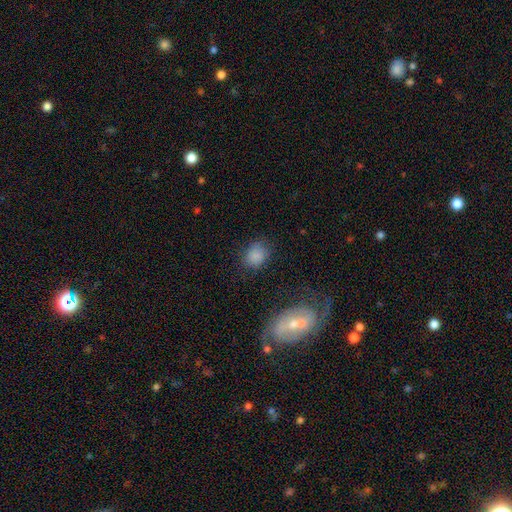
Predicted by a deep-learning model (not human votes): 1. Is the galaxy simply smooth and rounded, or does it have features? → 84% smooth, 11% star or artifact, 5% featured or disk.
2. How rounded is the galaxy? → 53% in between, 45% round, 1% cigar-shaped.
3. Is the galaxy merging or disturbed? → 77% none, 15% minor disturbance, 5% major disturbance, 3% merger.